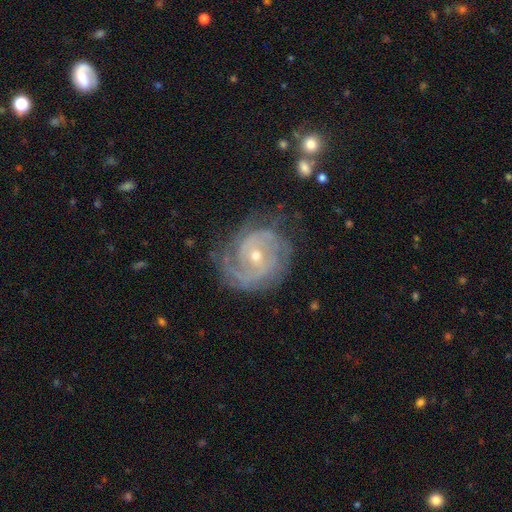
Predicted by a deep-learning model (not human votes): This is clearly a featured or disk galaxy (88%). It is clearly not viewed edge-on (97%). Bar: possibly no (56%). Spiral arm pattern: clearly yes (97%). Spiral arm count: marginally 2 (38%). Spiral winding: likely tight (67%). Central bulge: possibly small (52%). Merging: likely none (71%).